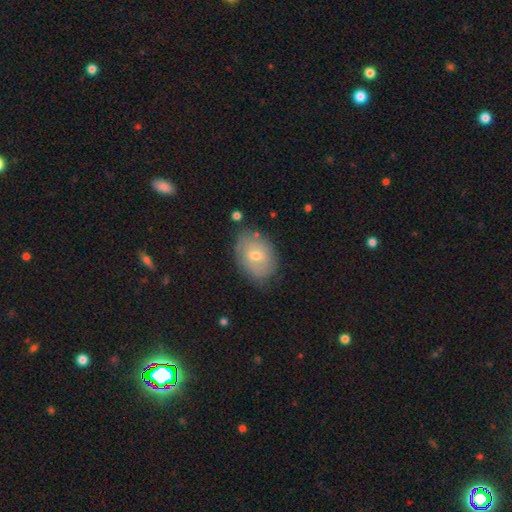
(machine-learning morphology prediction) smooth-or-featured: smooth: 57% | featured or disk: 35% | star or artifact: 8%
  how-rounded: in between: 75% | round: 24% | cigar-shaped: 1%
  merging: none: 72% | minor disturbance: 21% | major disturbance: 5% | merger: 3%